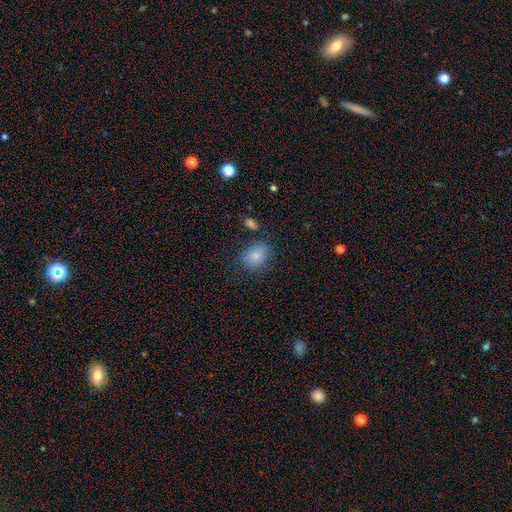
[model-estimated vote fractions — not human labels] Smooth or featured? Predicted: smooth (p=0.85). How rounded? Predicted: in between (p=0.60). Merging? Predicted: none (p=0.75).